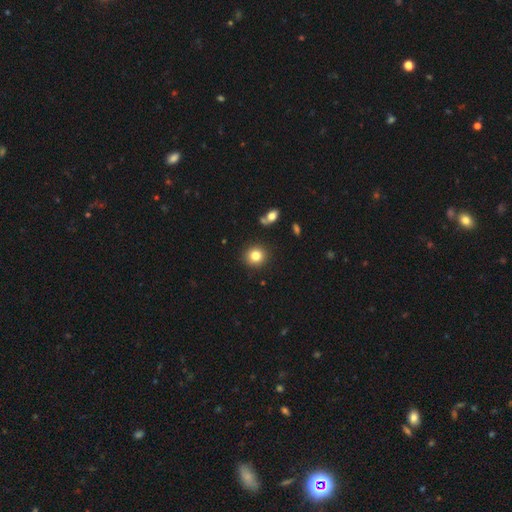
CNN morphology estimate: This is clearly a smooth galaxy (82%). How rounded: clearly round (87%). Merging: clearly none (89%).